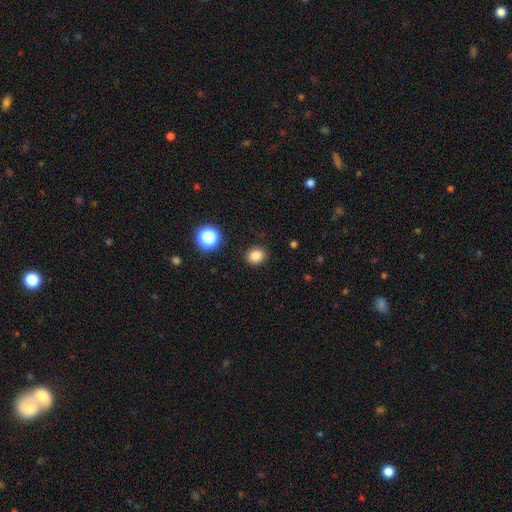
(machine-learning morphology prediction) type=smooth (83%); roundness=round (54%); merging=none (89%).